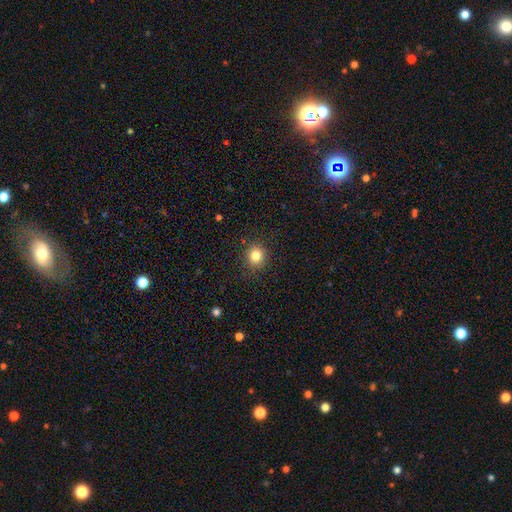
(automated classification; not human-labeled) This appears to be a smooth galaxy with no disk features (82%) that is round (88%). Merging: none (90%).